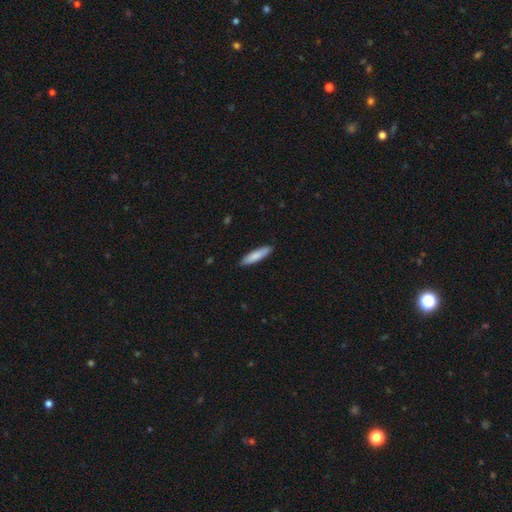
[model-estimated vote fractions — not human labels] smooth_or_featured: smooth (p=0.84) [alt: featured or disk p=0.11]
how_rounded: cigar-shaped (p=0.78) [alt: in between p=0.21]
merging: none (p=0.89) [alt: minor disturbance p=0.08]